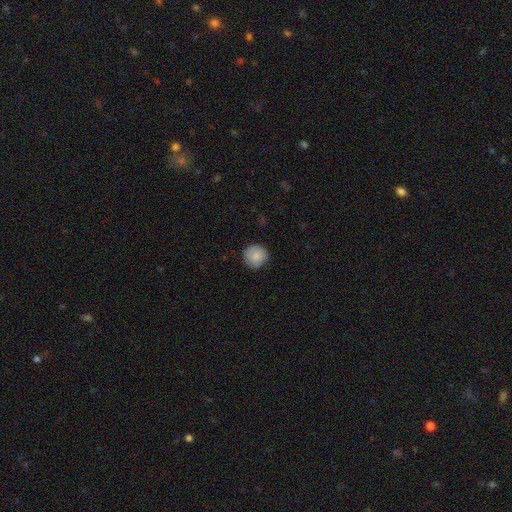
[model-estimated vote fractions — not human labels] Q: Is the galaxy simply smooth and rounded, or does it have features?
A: smooth — 81%.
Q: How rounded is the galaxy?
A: round — 92%.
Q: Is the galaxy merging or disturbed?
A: none — 80%.